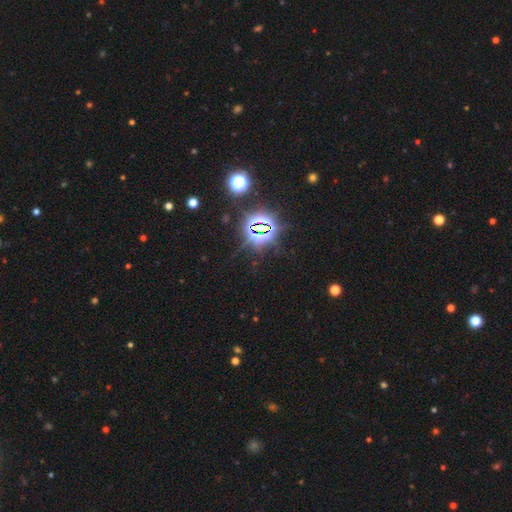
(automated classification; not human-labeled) Smooth or featured? star or artifact (83%)